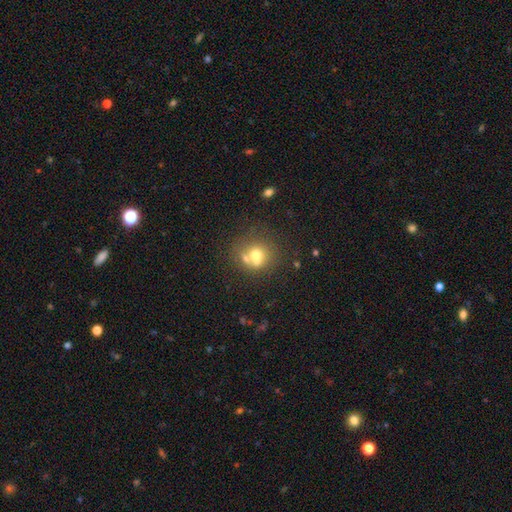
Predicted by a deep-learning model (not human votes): Q: Smooth or featured?
A: smooth (64%); runner-up: featured or disk (23%)
Q: How rounded?
A: round (80%); runner-up: in between (19%)
Q: Merging?
A: none (43%); runner-up: merger (38%)